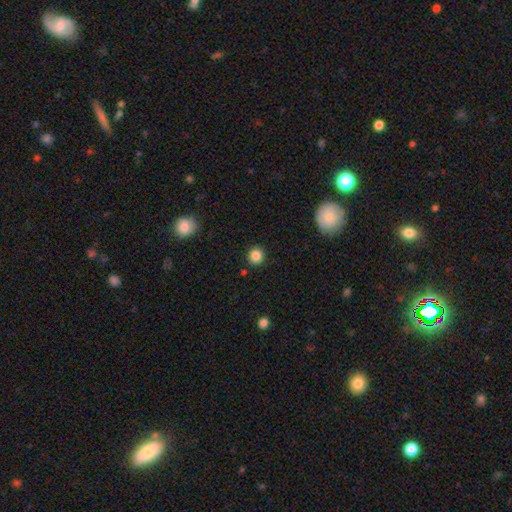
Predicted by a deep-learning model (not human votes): Smooth or featured? Predicted: smooth (p=0.85). How rounded? Predicted: round (p=0.92). Merging? Predicted: none (p=0.89).